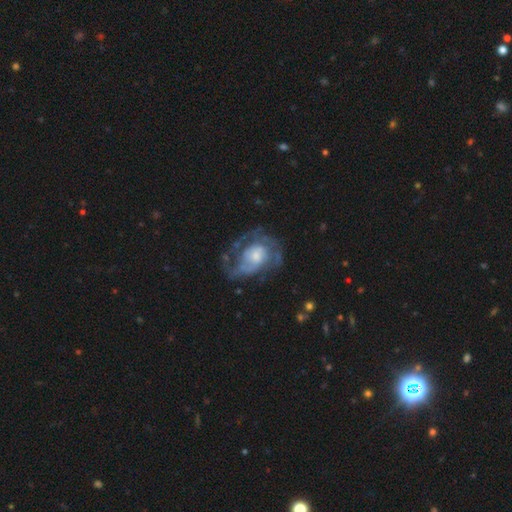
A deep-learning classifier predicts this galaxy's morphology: A featured or disk galaxy (74%) with no bar (74%), medium (42%) spiral arms (74%) and a small central bulge (38%).

Vote fractions:
- Smooth or featured? featured or disk: 74% / smooth: 19% / star or artifact: 7%
- Edge-on disk? no: 97% / yes: 3%
- Bar? no: 74% / weak: 22% / strong: 4%
- Spiral arms? yes: 74% / no: 26%
- Spiral winding? medium: 42% / tight: 35% / loose: 23%
- Spiral arm count? can't tell: 35% / 2: 33% / 3: 14% / 1: 9% / 4: 5% / more than 4: 4%
- Bulge size? small: 38% / moderate: 37% / large: 17% / none: 6% / dominant: 2%
- Merging? none: 48% / major disturbance: 29% / minor disturbance: 21% / merger: 2%